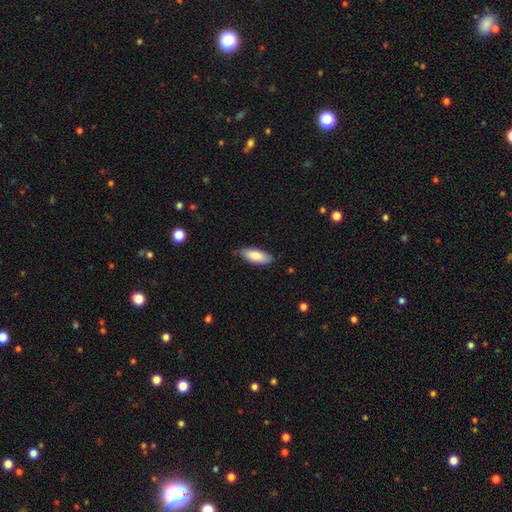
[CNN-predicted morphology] A smooth galaxy with no disk features (84%) that is in between round and cigar-shaped (79%). Merging: none (78%).